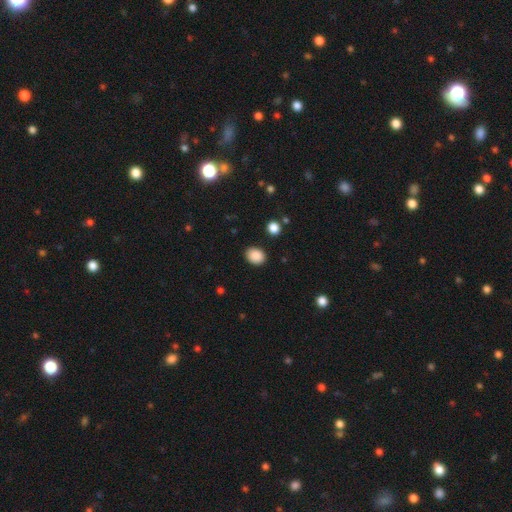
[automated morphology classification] smooth_or_featured: smooth (p=0.88) [alt: star or artifact p=0.09]
how_rounded: in between (p=0.53) [alt: round p=0.46]
merging: none (p=0.88) [alt: minor disturbance p=0.08]